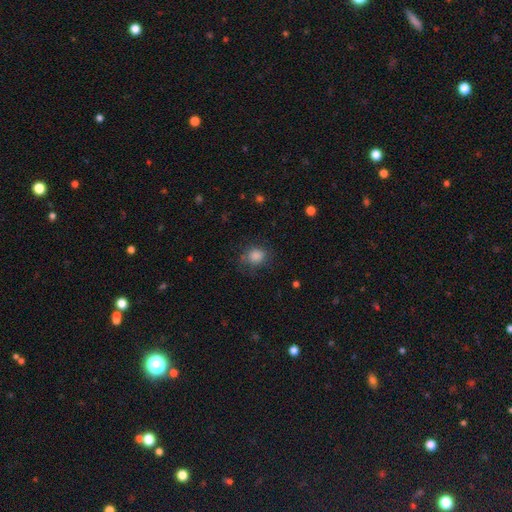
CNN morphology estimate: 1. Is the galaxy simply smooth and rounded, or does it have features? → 81% smooth, 11% star or artifact, 8% featured or disk.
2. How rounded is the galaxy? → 64% round, 35% in between, 1% cigar-shaped.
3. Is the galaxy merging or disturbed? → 66% none, 22% minor disturbance, 10% major disturbance, 1% merger.